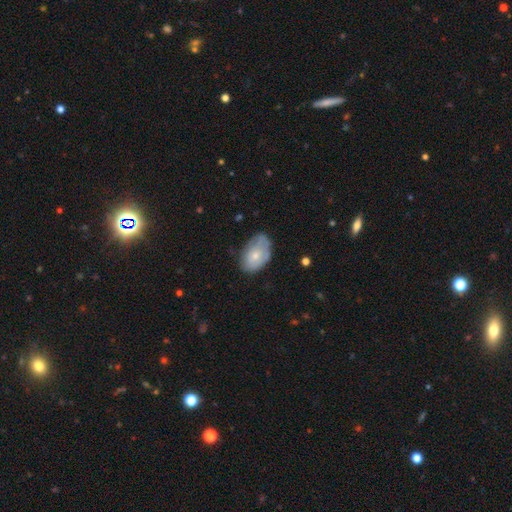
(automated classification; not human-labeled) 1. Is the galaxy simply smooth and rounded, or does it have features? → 59% smooth, 35% featured or disk, 6% star or artifact.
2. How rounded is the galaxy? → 88% in between, 10% round, 1% cigar-shaped.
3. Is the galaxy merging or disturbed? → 54% none, 34% minor disturbance, 10% major disturbance, 2% merger.